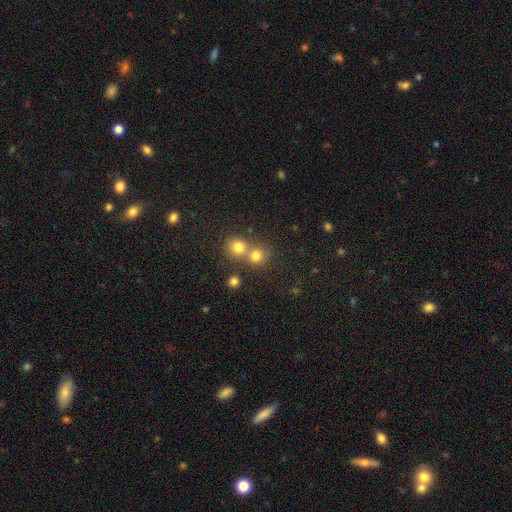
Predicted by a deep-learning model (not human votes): Morphology: type=smooth (77%); roundness=round (86%); merging=none (47%).